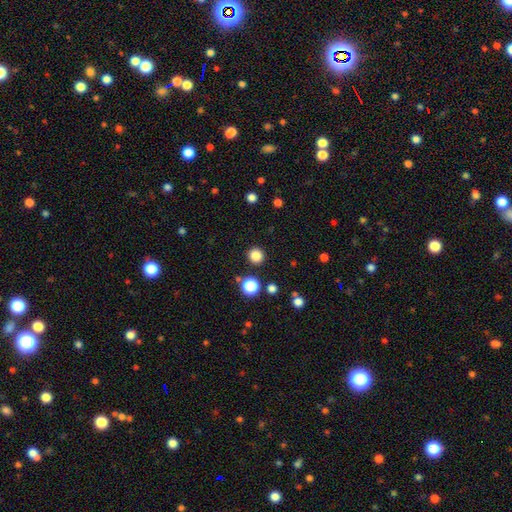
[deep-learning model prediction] Smooth or featured?
  - smooth: 83% *
  - star or artifact: 13%
  - featured or disk: 3%
How rounded?
  - round: 95% *
  - in between: 4%
  - cigar-shaped: 1%
Merging?
  - none: 91% *
  - minor disturbance: 5%
  - major disturbance: 2%
  - merger: 2%